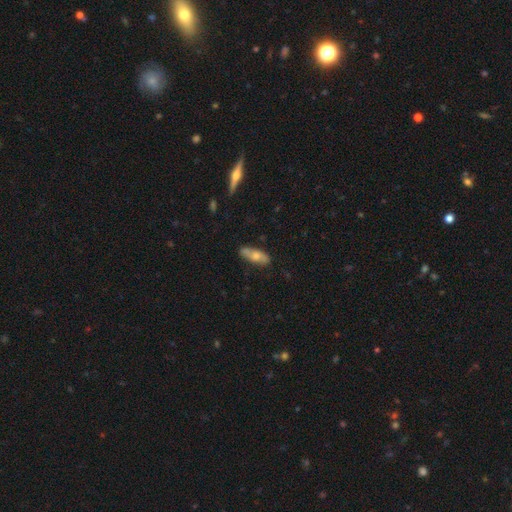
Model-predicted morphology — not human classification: Smooth or featured?
  - smooth: 58% *
  - featured or disk: 36%
  - star or artifact: 6%
How rounded?
  - in between: 64% *
  - cigar-shaped: 33%
  - round: 3%
Merging?
  - none: 79% *
  - minor disturbance: 16%
  - major disturbance: 3%
  - merger: 2%